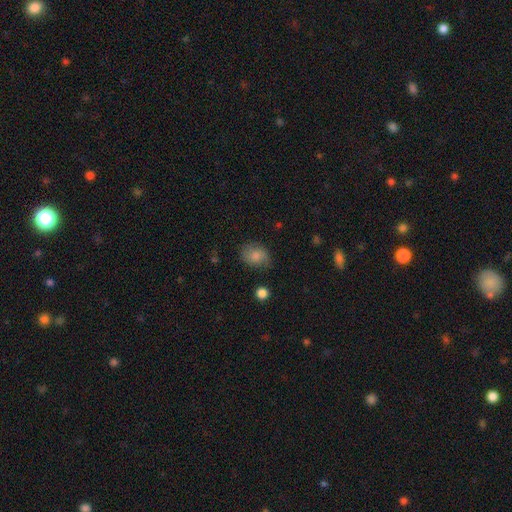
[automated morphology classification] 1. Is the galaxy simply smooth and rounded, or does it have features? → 74% smooth, 17% featured or disk, 9% star or artifact.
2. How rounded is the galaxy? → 60% in between, 39% round, 1% cigar-shaped.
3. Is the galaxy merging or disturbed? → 69% none, 23% minor disturbance, 6% major disturbance, 2% merger.